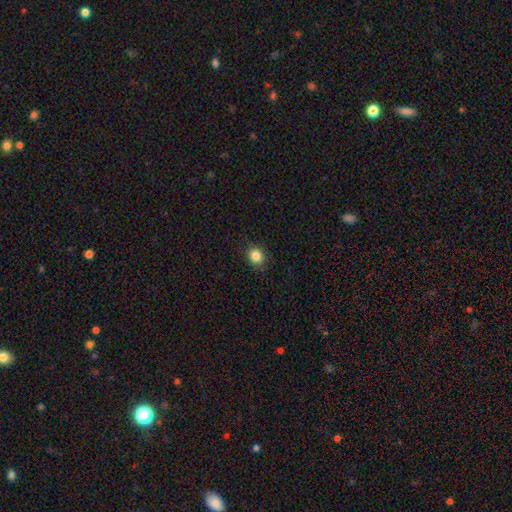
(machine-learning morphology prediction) A smooth galaxy with no disk features (85%) that is round (73%). Merging: none (89%).